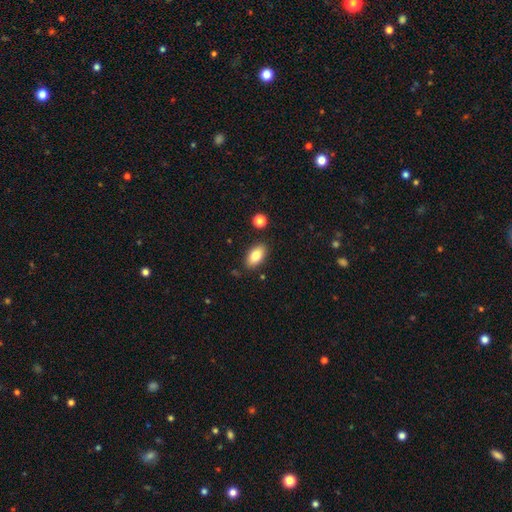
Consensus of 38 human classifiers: Overall: smooth (82%). How rounded: in between (90%). Merging: none (92%).